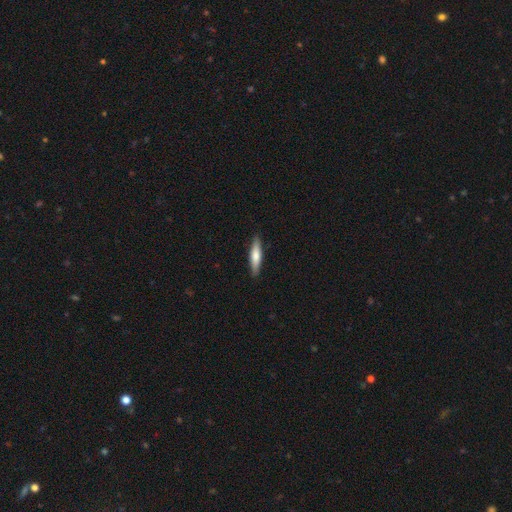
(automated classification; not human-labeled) This appears to be a smooth galaxy with no disk features (66%) that is cigar-shaped (78%). Merging: none (89%).